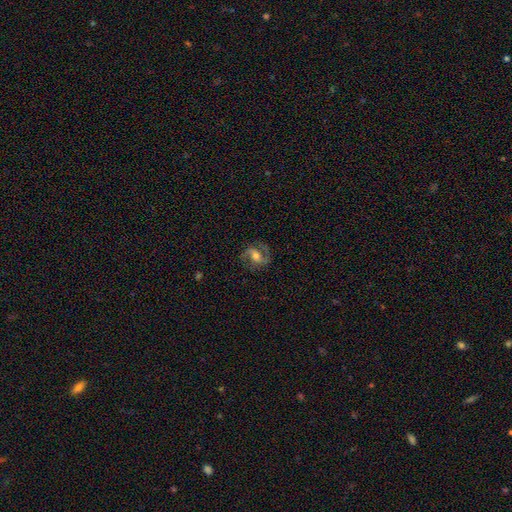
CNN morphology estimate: featured or disk 77%, smooth 16%, star or artifact 7%. Down the decision tree: edge-on disk — no (96%); bar — weak (40%); spiral arms — yes (93%); spiral arm count — 2 (87%); spiral winding — medium (51%); bulge size — moderate (64%); merging — none (76%).